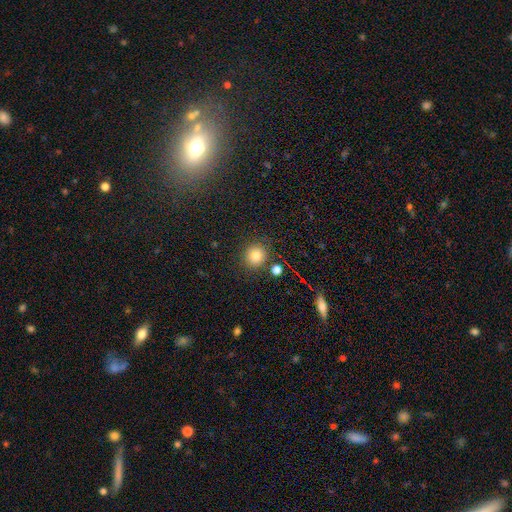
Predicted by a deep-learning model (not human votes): smooth 82%, star or artifact 12%, featured or disk 6%. Down the decision tree: how rounded — round (90%); merging — none (84%).